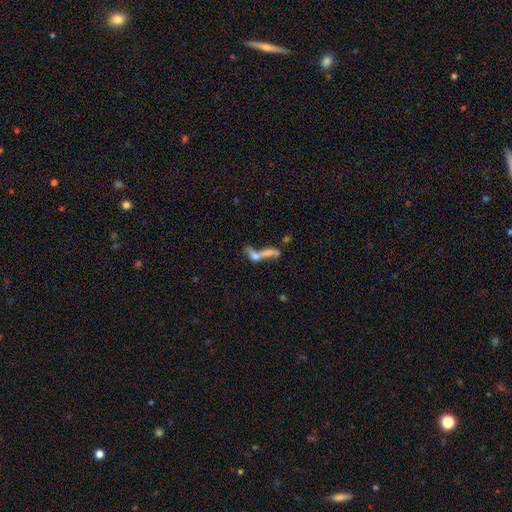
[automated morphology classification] This appears to be a smooth galaxy with no disk features (51%) that is in between round and cigar-shaped (47%). Merging: merger (68%).